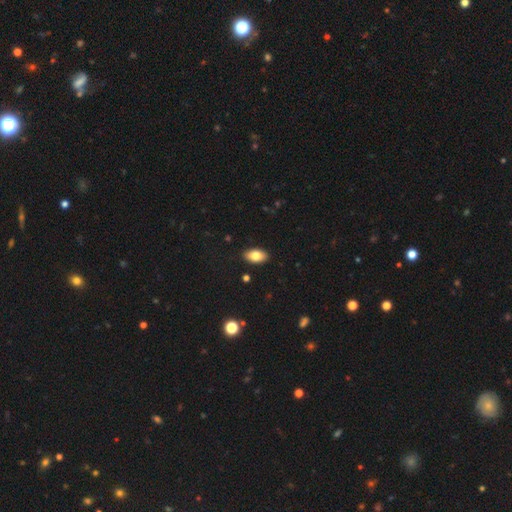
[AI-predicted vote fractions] Smooth or featured: smooth — 81% (featured or disk — 11%)
How rounded: in between — 93% (round — 5%)
Merging: none — 89% (minor disturbance — 8%)